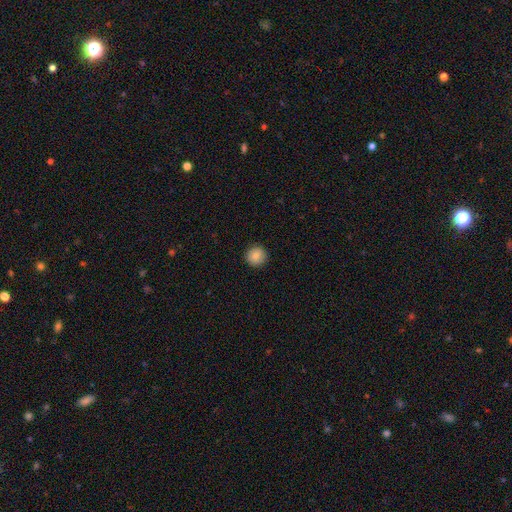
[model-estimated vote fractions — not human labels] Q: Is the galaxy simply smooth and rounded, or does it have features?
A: smooth — 81%.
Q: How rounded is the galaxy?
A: round — 95%.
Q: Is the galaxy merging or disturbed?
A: none — 92%.